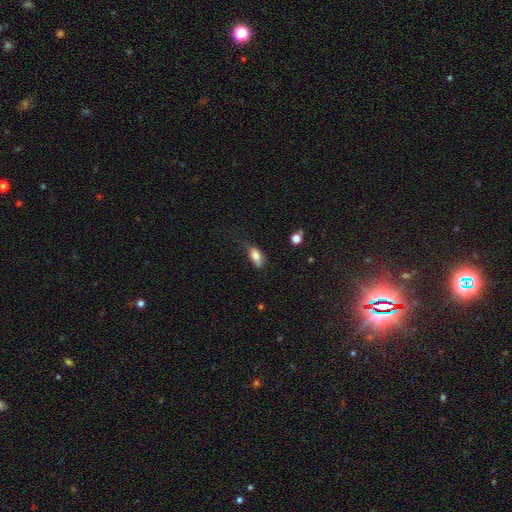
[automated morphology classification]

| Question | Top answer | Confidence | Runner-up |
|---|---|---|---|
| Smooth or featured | smooth | 79% | featured or disk (13%) |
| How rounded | in between | 85% | cigar-shaped (11%) |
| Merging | none | 51% | minor disturbance (34%) |